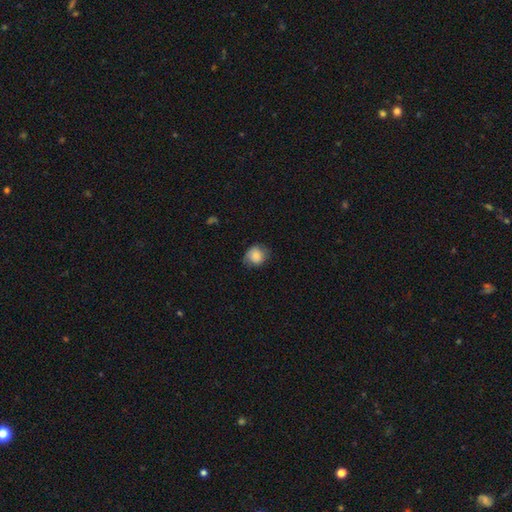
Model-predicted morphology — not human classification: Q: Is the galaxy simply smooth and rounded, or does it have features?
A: smooth — 78%.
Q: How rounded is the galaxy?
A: round — 75%.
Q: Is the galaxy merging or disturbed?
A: none — 66%.